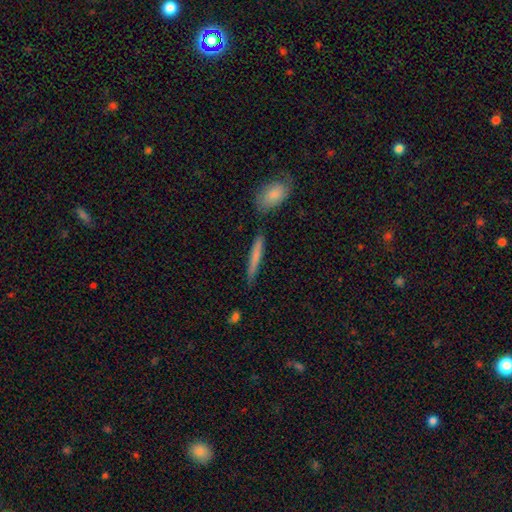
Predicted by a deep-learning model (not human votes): The model was most divided on "smooth or featured": smooth: 70%, featured or disk: 24%, star or artifact: 6%. More confident: how rounded — cigar-shaped (93%); merging — none (77%).